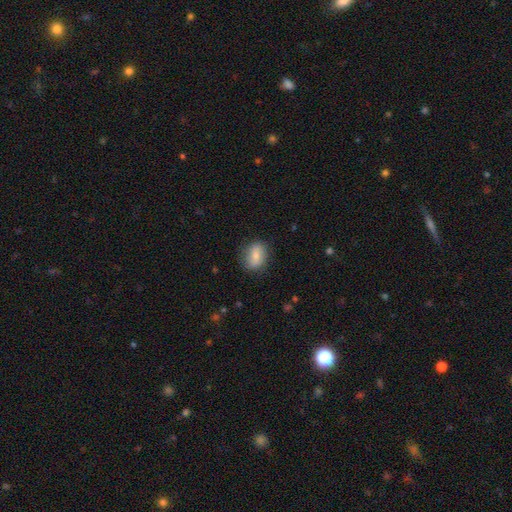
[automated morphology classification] type=smooth (73%); roundness=in between (69%); merging=none (78%).